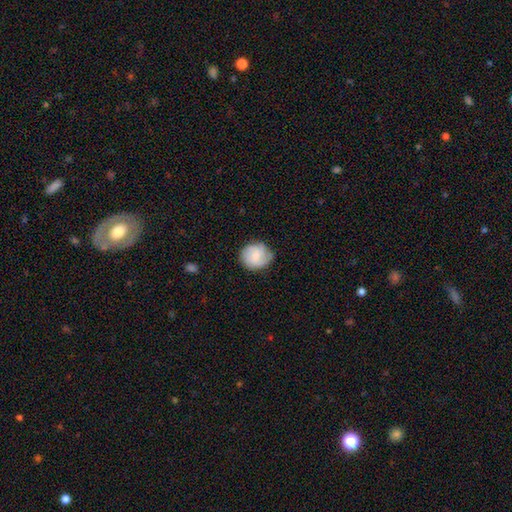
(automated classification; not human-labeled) smooth-or-featured: smooth: 62% | featured or disk: 32% | star or artifact: 7%
  how-rounded: round: 84% | in between: 16% | cigar-shaped: 1%
  merging: none: 72% | minor disturbance: 22% | major disturbance: 5% | merger: 1%